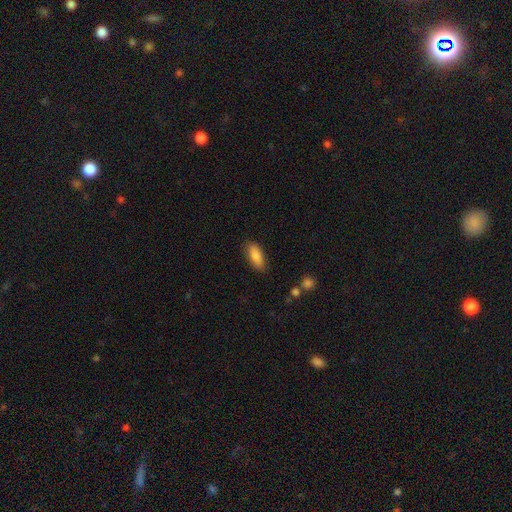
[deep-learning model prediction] Smooth or featured: smooth — 86% (featured or disk — 8%)
How rounded: in between — 77% (cigar-shaped — 21%)
Merging: none — 84% (minor disturbance — 12%)